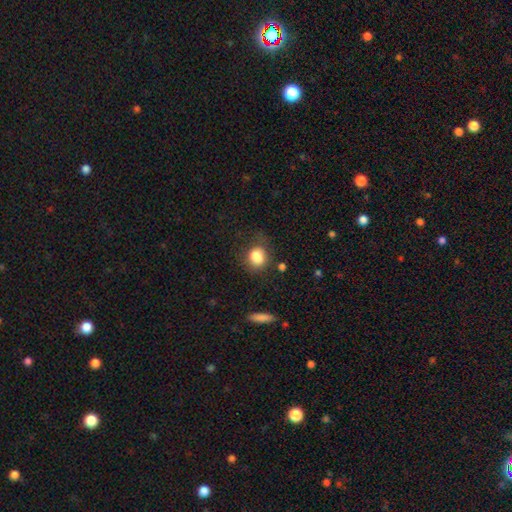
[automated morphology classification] Q: Smooth or featured?
A: smooth (84%); runner-up: star or artifact (9%)
Q: How rounded?
A: round (54%); runner-up: in between (45%)
Q: Merging?
A: none (61%); runner-up: minor disturbance (23%)